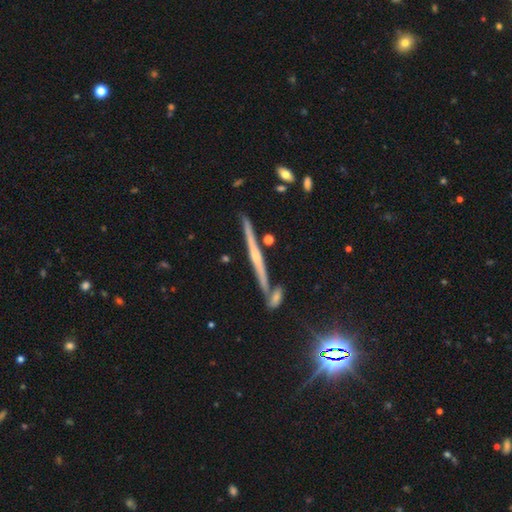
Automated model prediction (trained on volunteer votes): Smooth or featured: featured or disk — 75% (smooth — 14%)
Edge-on disk: yes — 97% (no — 3%)
Edge-on bulge: rounded — 56% (none — 32%)
Merging: none — 80% (minor disturbance — 9%)